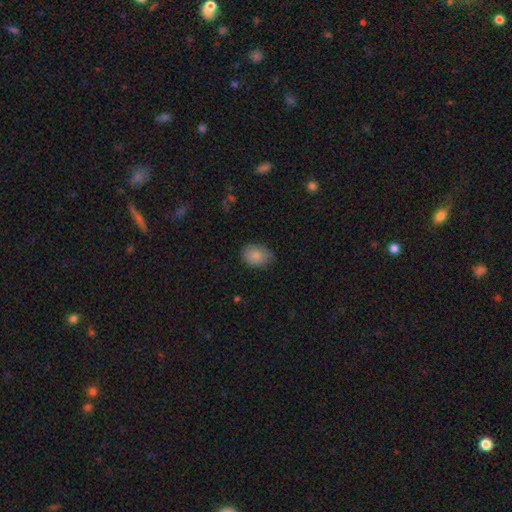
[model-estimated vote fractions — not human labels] Q: Smooth or featured?
A: smooth (85%); runner-up: featured or disk (8%)
Q: How rounded?
A: in between (71%); runner-up: round (28%)
Q: Merging?
A: none (68%); runner-up: minor disturbance (26%)